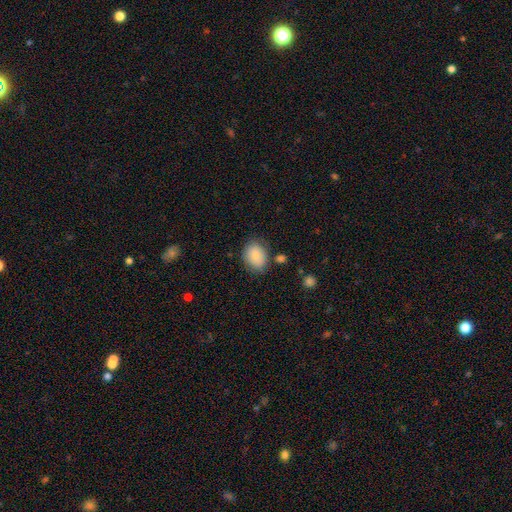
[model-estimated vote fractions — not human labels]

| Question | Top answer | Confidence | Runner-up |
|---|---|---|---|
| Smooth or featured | smooth | 86% | star or artifact (7%) |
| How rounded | in between | 61% | round (38%) |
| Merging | none | 74% | minor disturbance (17%) |